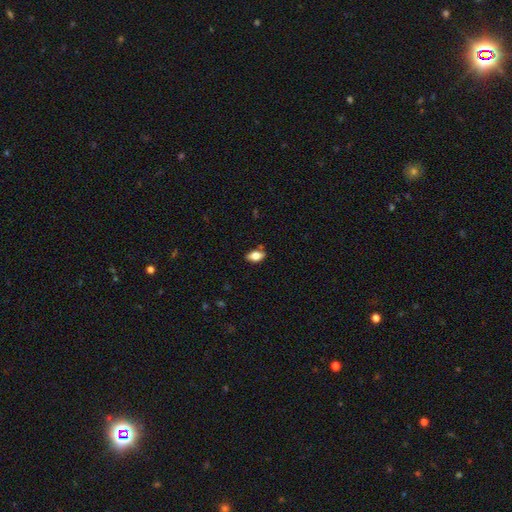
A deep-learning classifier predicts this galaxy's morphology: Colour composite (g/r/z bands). It shows a smooth galaxy with no disk features (76%) that is in between round and cigar-shaped (89%). Merging: none (78%).